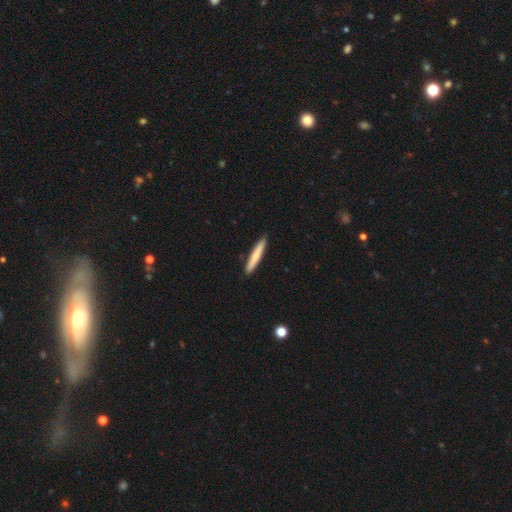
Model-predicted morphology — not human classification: This appears to be a smooth galaxy with no disk features (73%) that is cigar-shaped (95%). Merging: none (91%).